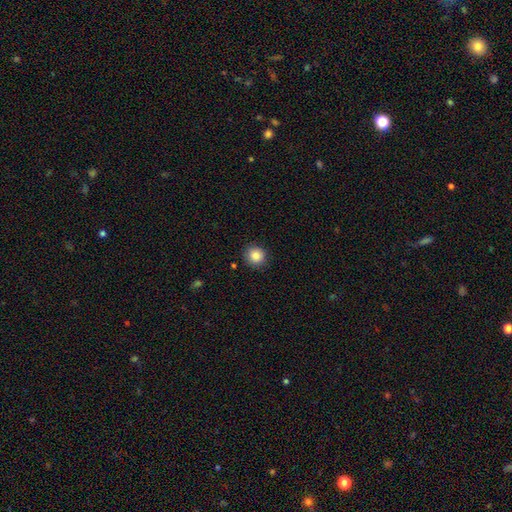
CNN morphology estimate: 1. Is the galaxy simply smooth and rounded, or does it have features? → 87% smooth, 9% star or artifact, 4% featured or disk.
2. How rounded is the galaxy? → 91% round, 8% in between, 1% cigar-shaped.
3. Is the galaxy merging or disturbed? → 89% none, 7% minor disturbance, 2% major disturbance, 1% merger.